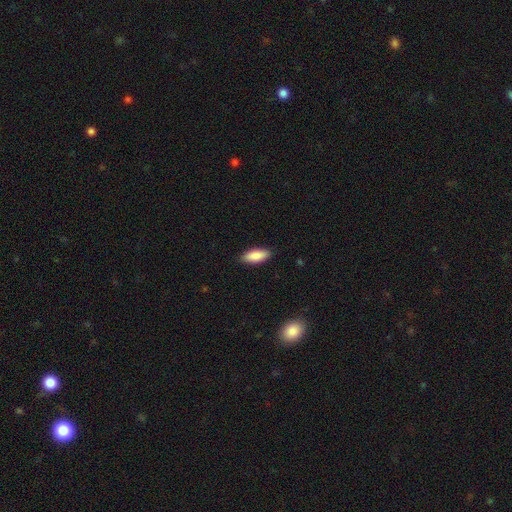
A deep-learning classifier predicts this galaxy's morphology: Overall: smooth (88%). How rounded: in between (78%). Merging: none (88%).